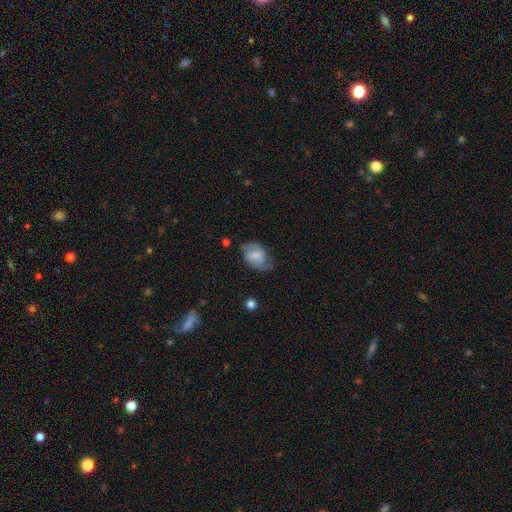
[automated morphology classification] This is possibly a smooth galaxy (49%). Merging: possibly none (56%).